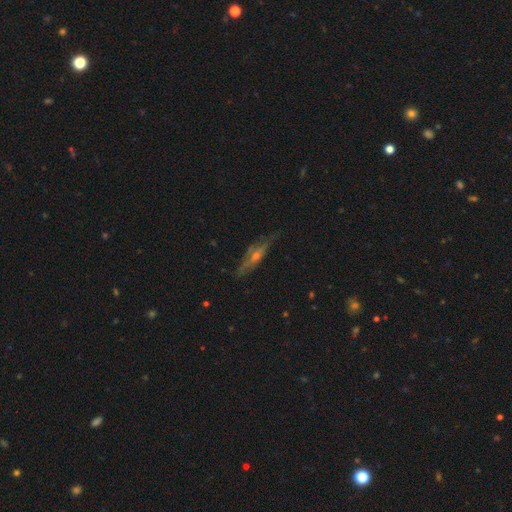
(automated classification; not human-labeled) Q: Smooth or featured?
A: featured or disk (66%); runner-up: smooth (23%)
Q: Edge-on disk?
A: yes (76%); runner-up: no (24%)
Q: Edge-on bulge?
A: rounded (77%); runner-up: none (15%)
Q: Merging?
A: none (72%); runner-up: minor disturbance (19%)